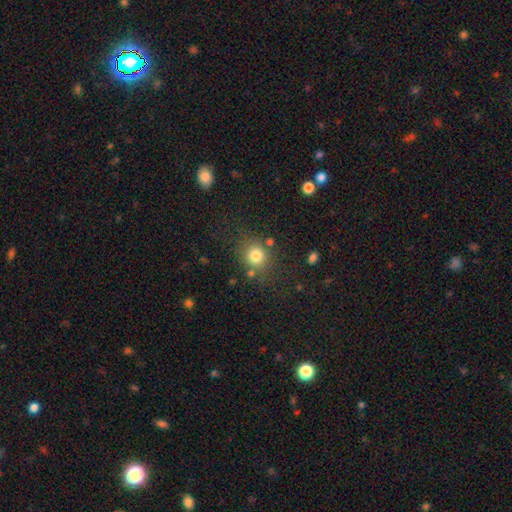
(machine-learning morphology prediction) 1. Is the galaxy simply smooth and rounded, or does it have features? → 79% smooth, 13% star or artifact, 8% featured or disk.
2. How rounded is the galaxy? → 79% round, 20% in between, 1% cigar-shaped.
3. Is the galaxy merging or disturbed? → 76% none, 12% minor disturbance, 6% merger, 5% major disturbance.